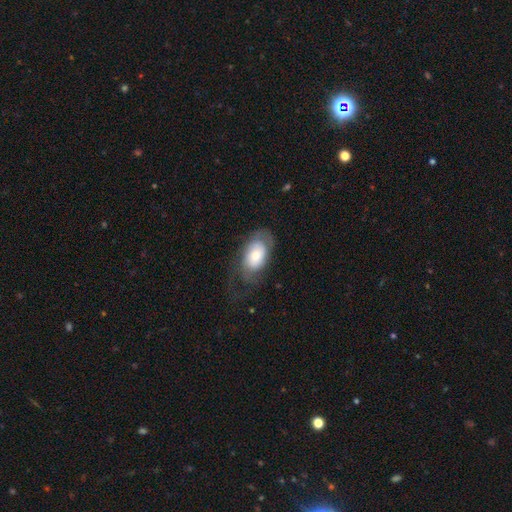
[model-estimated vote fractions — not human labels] This appears to be a smooth galaxy with no disk features (58%) that is in between round and cigar-shaped (89%). Merging: none (49%).